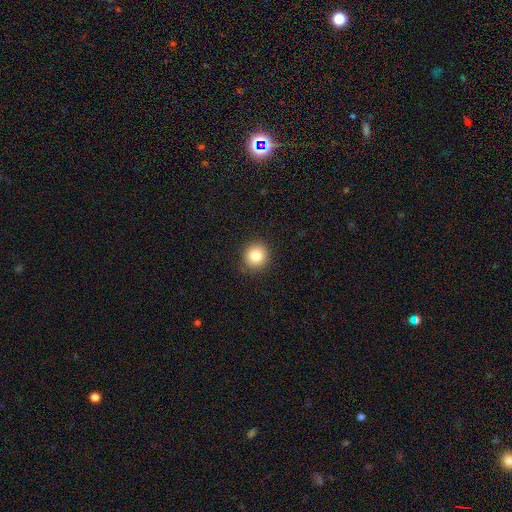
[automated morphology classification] Smooth or featured? Predicted: smooth (p=0.83). How rounded? Predicted: round (p=0.91). Merging? Predicted: none (p=0.89).